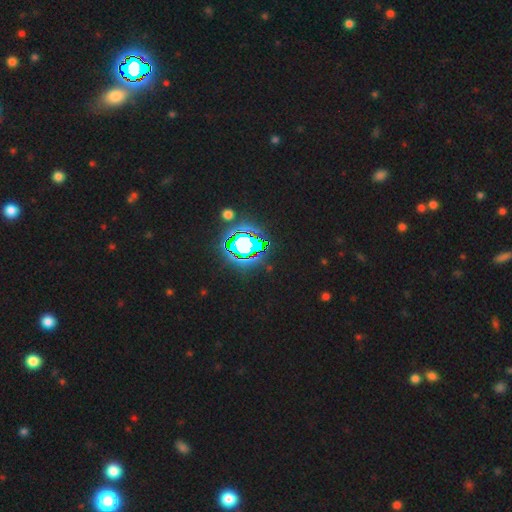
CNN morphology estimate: star or artifact 82%, smooth 11%, featured or disk 7%.